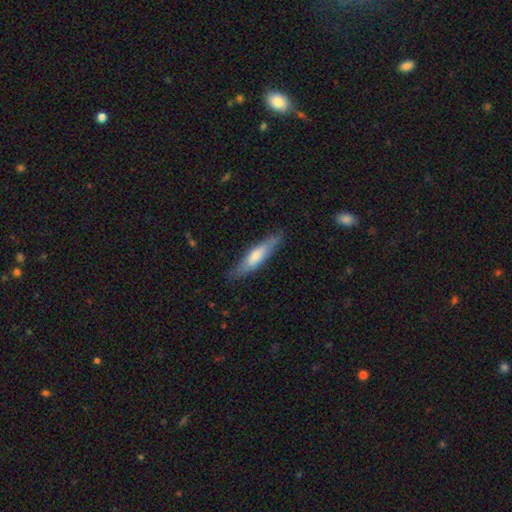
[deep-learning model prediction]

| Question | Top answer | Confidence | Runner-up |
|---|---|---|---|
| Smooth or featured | smooth | 57% | featured or disk (37%) |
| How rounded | cigar-shaped | 81% | in between (18%) |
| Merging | none | 79% | minor disturbance (16%) |